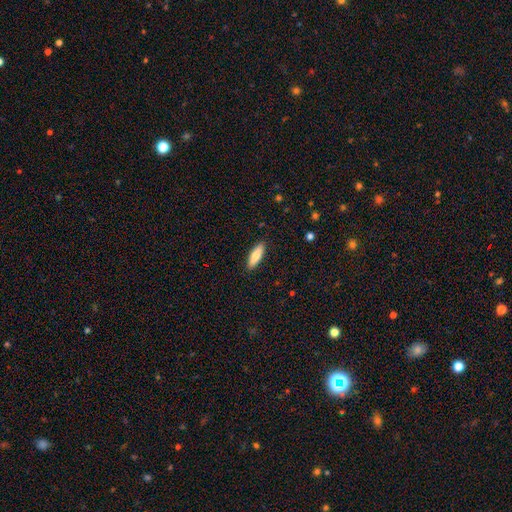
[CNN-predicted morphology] smooth 77%, featured or disk 17%, star or artifact 6%. Down the decision tree: how rounded — cigar-shaped (52%); merging — none (90%).